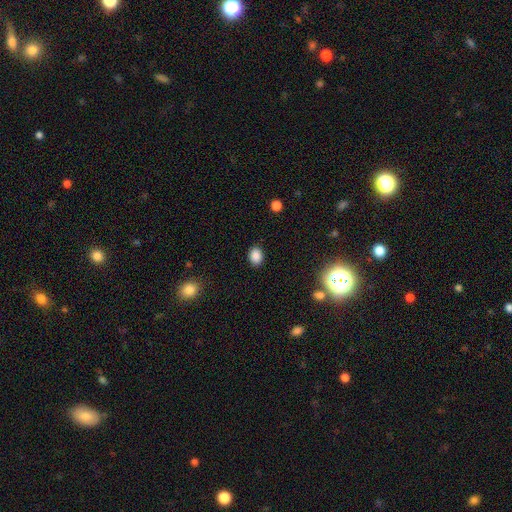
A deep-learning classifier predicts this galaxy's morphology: smooth_or_featured: smooth (p=0.86) [alt: star or artifact p=0.11]
how_rounded: in between (p=0.61) [alt: round p=0.38]
merging: none (p=0.87) [alt: minor disturbance p=0.09]